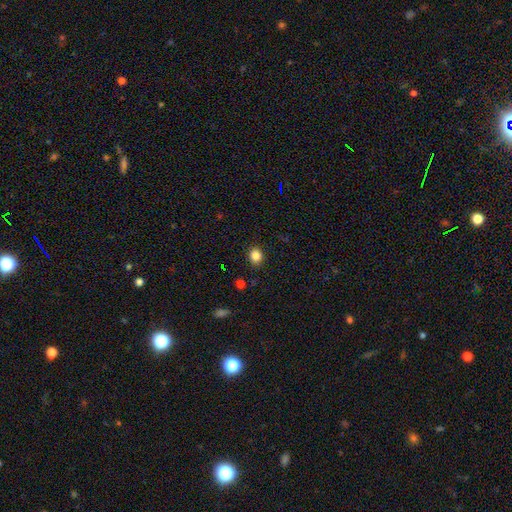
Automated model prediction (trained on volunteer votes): Smooth or featured? smooth (85%)
How rounded? round (65%)
Merging? none (89%)